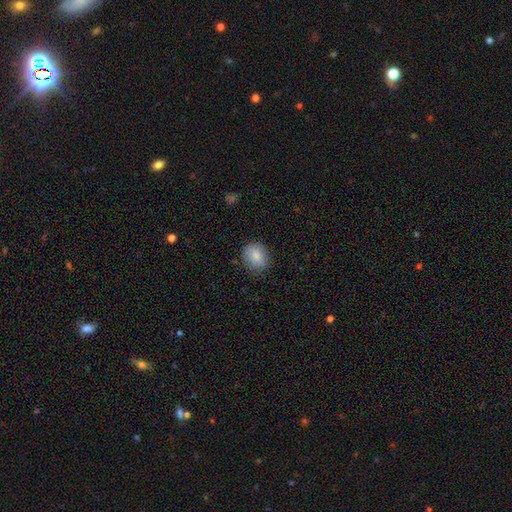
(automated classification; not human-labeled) A smooth galaxy with no disk features (85%) that is round (64%).

Vote fractions:
- Smooth or featured? smooth: 85% / star or artifact: 8% / featured or disk: 7%
- How rounded? round: 64% / in between: 35% / cigar-shaped: 1%
- Merging? none: 81% / minor disturbance: 14% / major disturbance: 3% / merger: 1%